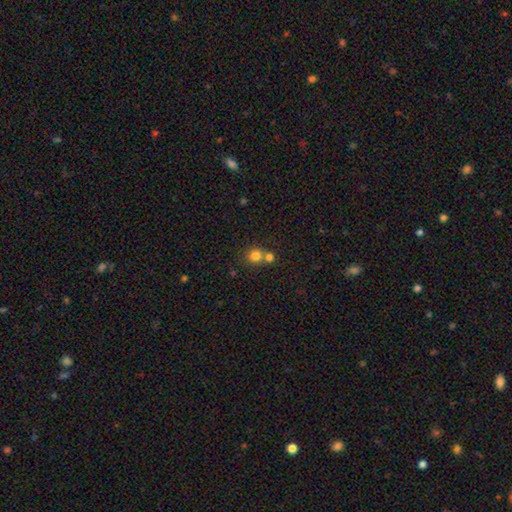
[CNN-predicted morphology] The model was most divided on "merging": none: 49%, merger: 42%, minor disturbance: 6%, major disturbance: 3%. More confident: how rounded — round (85%); smooth or featured — smooth (79%).